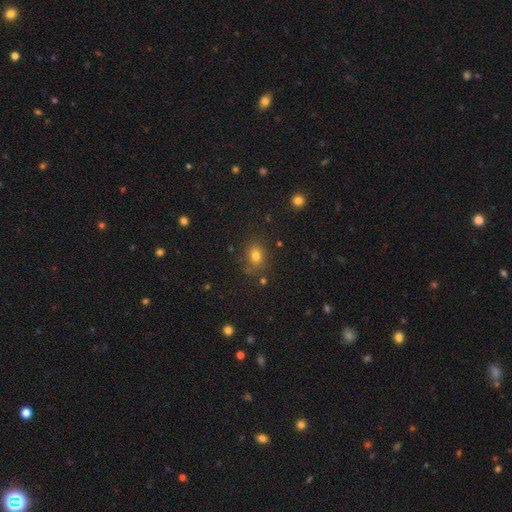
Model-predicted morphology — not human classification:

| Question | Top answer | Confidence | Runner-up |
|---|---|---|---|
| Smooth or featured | smooth | 77% | star or artifact (15%) |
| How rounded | round | 53% | in between (46%) |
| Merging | none | 80% | minor disturbance (13%) |